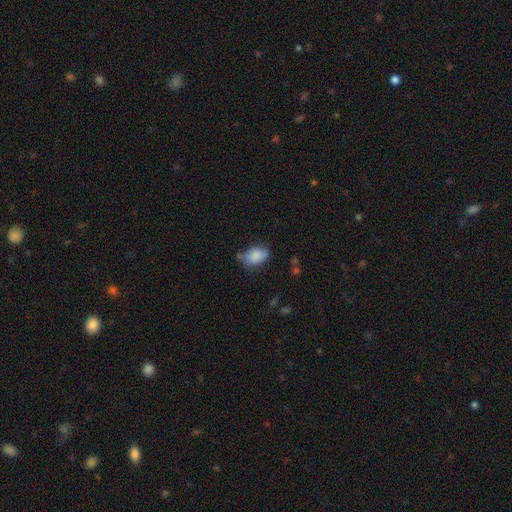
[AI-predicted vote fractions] This appears to be a smooth galaxy with no disk features (82%) that is in between round and cigar-shaped (83%). Merging: none (53%).